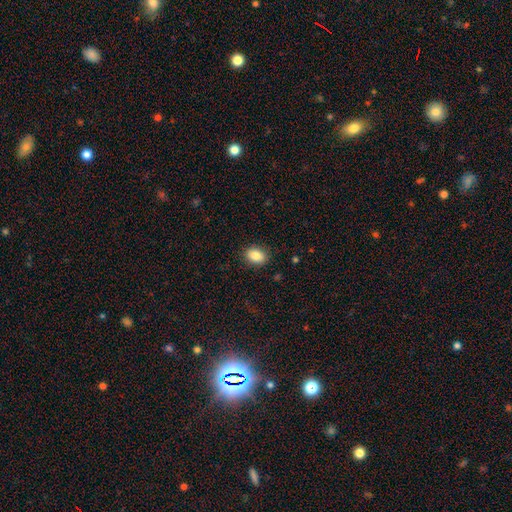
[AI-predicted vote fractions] Smooth or featured: smooth — 85% (star or artifact — 8%)
How rounded: in between — 72% (round — 27%)
Merging: none — 88% (minor disturbance — 9%)